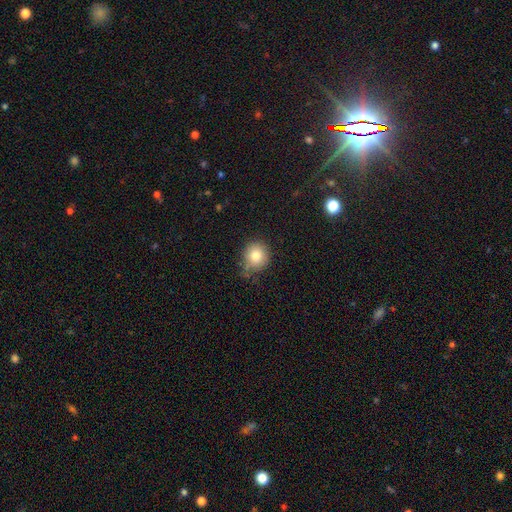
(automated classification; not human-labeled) Smooth or featured?
  - smooth: 79% *
  - star or artifact: 11%
  - featured or disk: 10%
How rounded?
  - round: 88% *
  - in between: 11%
  - cigar-shaped: 1%
Merging?
  - none: 66% *
  - minor disturbance: 24%
  - major disturbance: 6%
  - merger: 3%